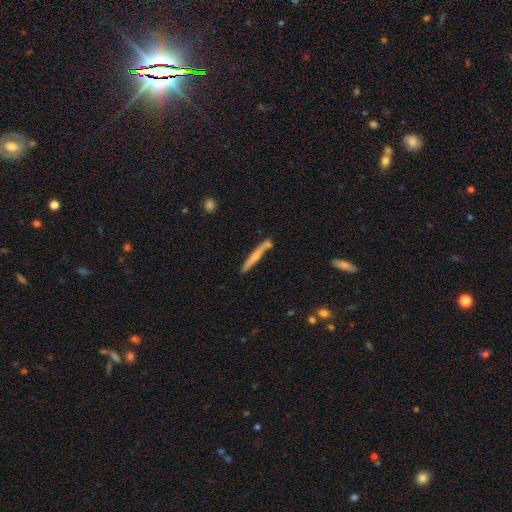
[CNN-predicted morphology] This appears to be a featured or disk galaxy (48%). Merging: none (77%).